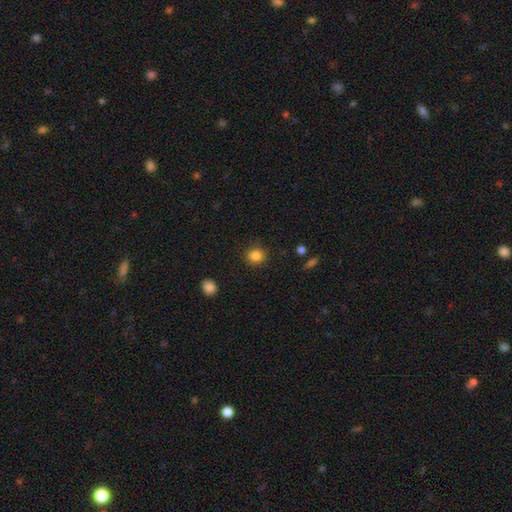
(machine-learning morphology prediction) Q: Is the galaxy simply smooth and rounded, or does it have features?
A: smooth — 85%.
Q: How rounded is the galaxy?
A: round — 89%.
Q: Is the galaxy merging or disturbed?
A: none — 90%.